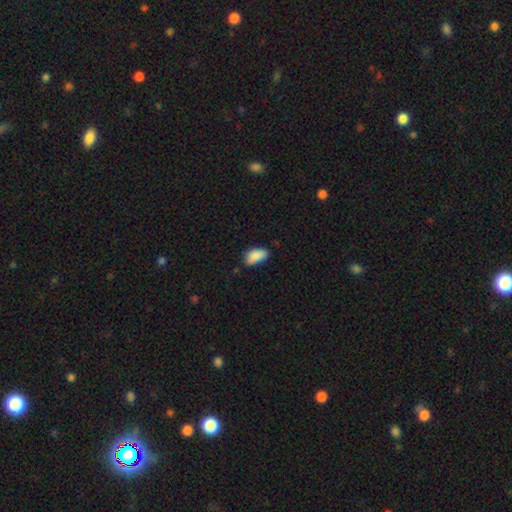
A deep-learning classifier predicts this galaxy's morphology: smooth 87%, star or artifact 8%, featured or disk 5%. Down the decision tree: how rounded — in between (93%); merging — none (63%).